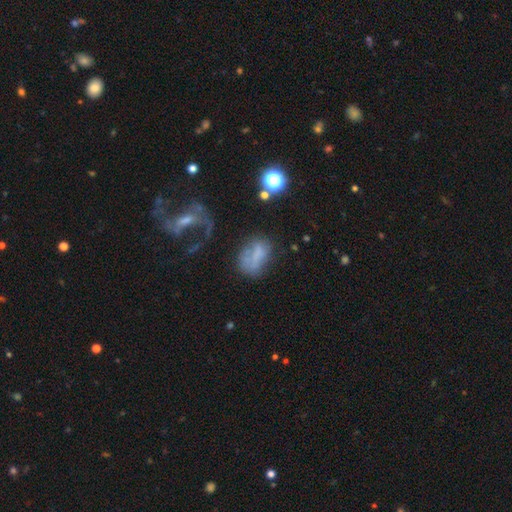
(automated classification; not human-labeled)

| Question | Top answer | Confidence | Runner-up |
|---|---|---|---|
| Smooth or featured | smooth | 52% | featured or disk (31%) |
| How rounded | in between | 80% | round (17%) |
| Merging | none | 36% | major disturbance (30%) |